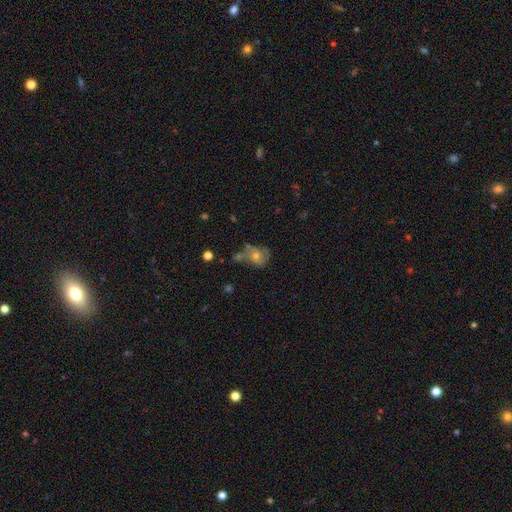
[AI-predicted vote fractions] Smooth or featured? smooth (43%)
Merging? none (44%)